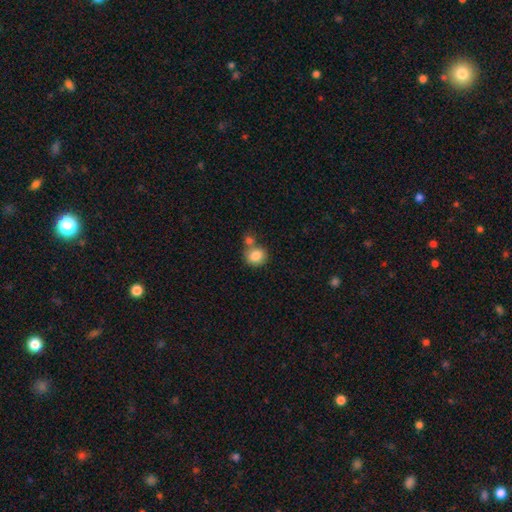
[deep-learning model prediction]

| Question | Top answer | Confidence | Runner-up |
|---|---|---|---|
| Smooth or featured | smooth | 84% | star or artifact (9%) |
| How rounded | round | 77% | in between (23%) |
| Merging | none | 54% | merger (31%) |